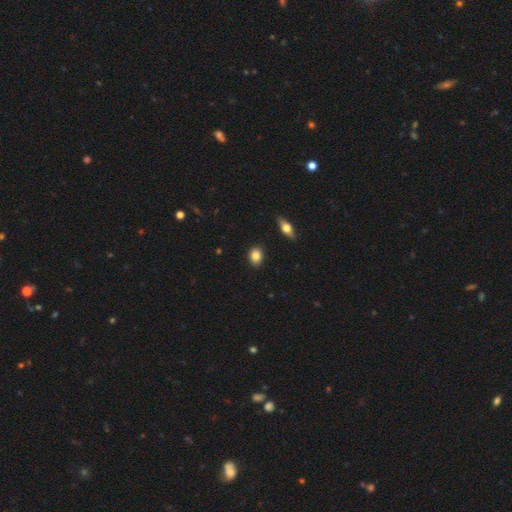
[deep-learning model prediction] Smooth or featured?
  - smooth: 85% *
  - star or artifact: 8%
  - featured or disk: 7%
How rounded?
  - in between: 58% *
  - round: 40%
  - cigar-shaped: 2%
Merging?
  - none: 89% *
  - minor disturbance: 7%
  - major disturbance: 2%
  - merger: 2%